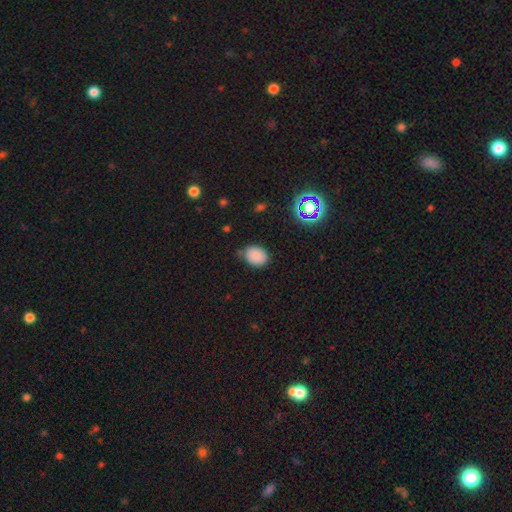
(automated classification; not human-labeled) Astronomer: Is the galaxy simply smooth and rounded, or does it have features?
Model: smooth — 83%.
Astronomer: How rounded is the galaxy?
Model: in between — 62%.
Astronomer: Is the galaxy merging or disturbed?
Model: none — 76%.